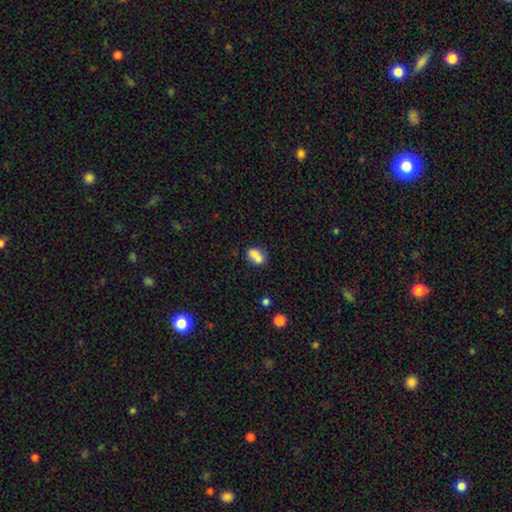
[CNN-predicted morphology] smooth 72%, featured or disk 19%, star or artifact 10%. Down the decision tree: how rounded — in between (68%); merging — merger (51%).